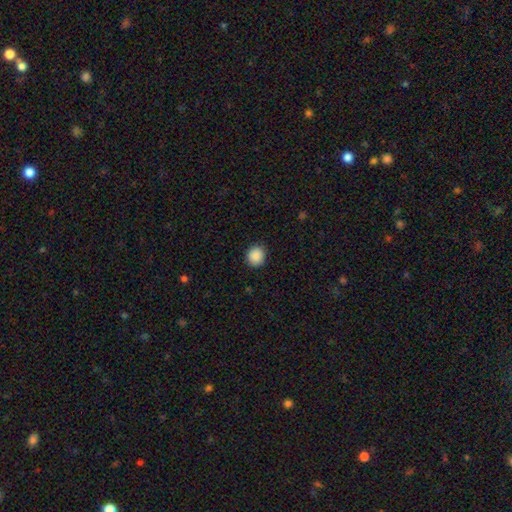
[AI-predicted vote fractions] Smooth or featured? Predicted: smooth (p=0.89). How rounded? Predicted: round (p=0.88). Merging? Predicted: none (p=0.90).